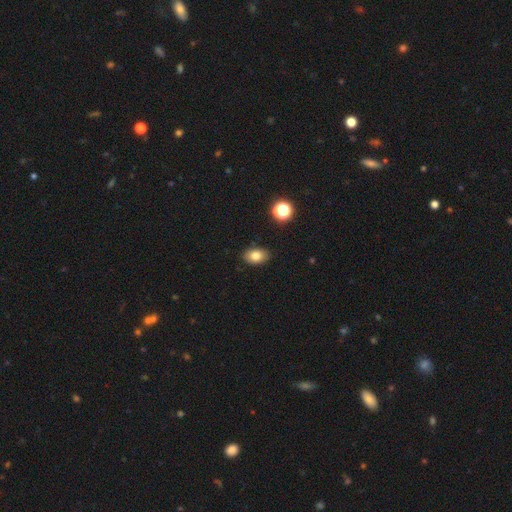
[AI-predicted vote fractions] Smooth or featured: smooth — 79% (star or artifact — 11%)
How rounded: in between — 84% (round — 14%)
Merging: none — 88% (minor disturbance — 9%)